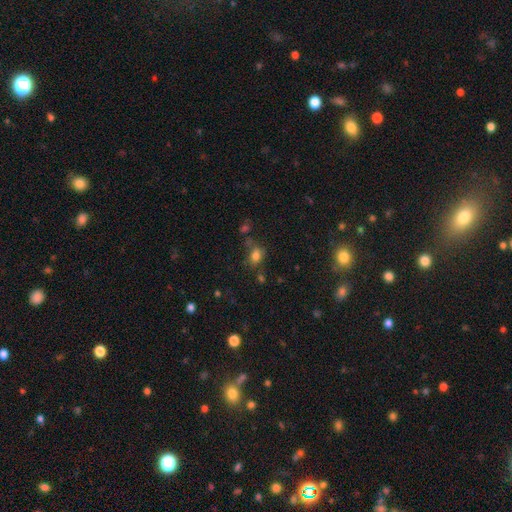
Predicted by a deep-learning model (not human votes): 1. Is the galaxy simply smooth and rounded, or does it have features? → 74% smooth, 16% star or artifact, 10% featured or disk.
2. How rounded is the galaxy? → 71% in between, 27% round, 2% cigar-shaped.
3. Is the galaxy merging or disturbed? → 58% none, 19% minor disturbance, 14% merger, 9% major disturbance.